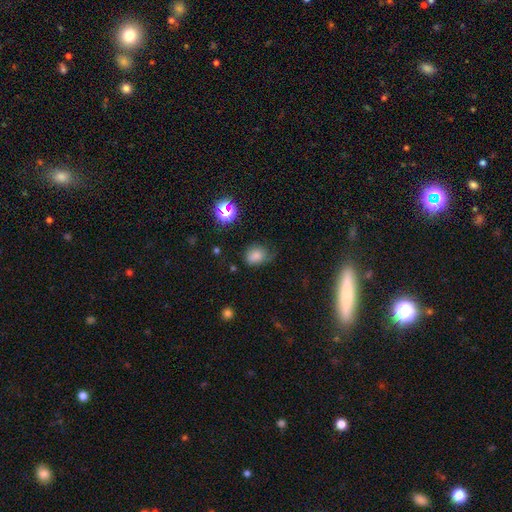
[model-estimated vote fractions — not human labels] Smooth or featured?
  - smooth: 75% *
  - star or artifact: 16%
  - featured or disk: 8%
How rounded?
  - in between: 55% *
  - round: 44%
  - cigar-shaped: 1%
Merging?
  - none: 53% *
  - minor disturbance: 33%
  - major disturbance: 12%
  - merger: 2%